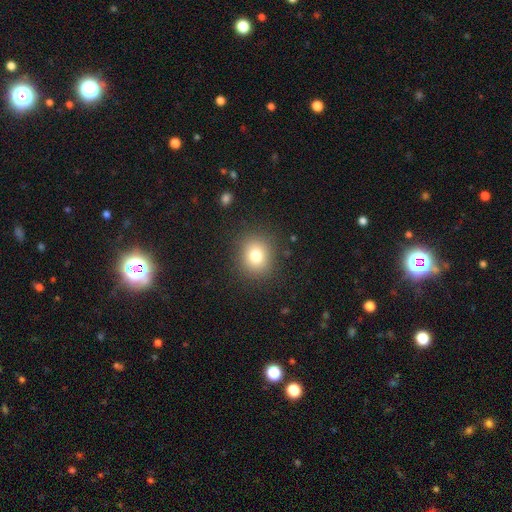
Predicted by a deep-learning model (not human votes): Morphology: type=smooth (78%); roundness=round (75%); merging=none (87%).